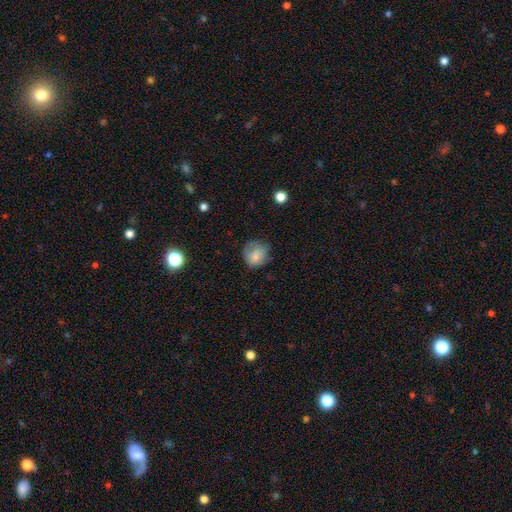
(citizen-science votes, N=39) Smooth or featured: smooth — 67% (featured or disk — 26%)
How rounded: round — 65% (in between — 31%)
Merging: none — 47% (minor disturbance — 33%)